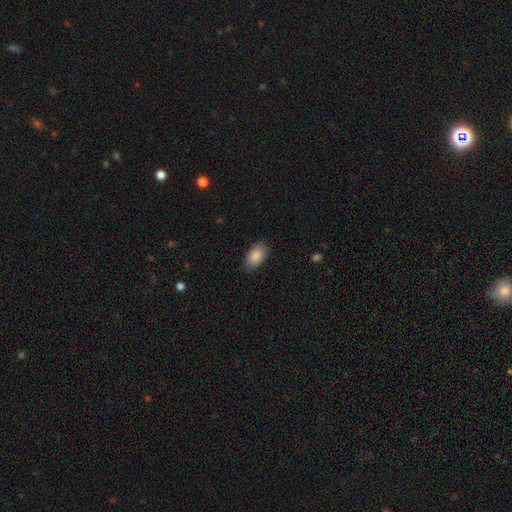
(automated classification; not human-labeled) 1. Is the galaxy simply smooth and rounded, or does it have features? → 87% smooth, 7% featured or disk, 6% star or artifact.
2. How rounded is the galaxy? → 94% in between, 4% round, 2% cigar-shaped.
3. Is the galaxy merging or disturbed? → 85% none, 12% minor disturbance, 3% major disturbance, 1% merger.